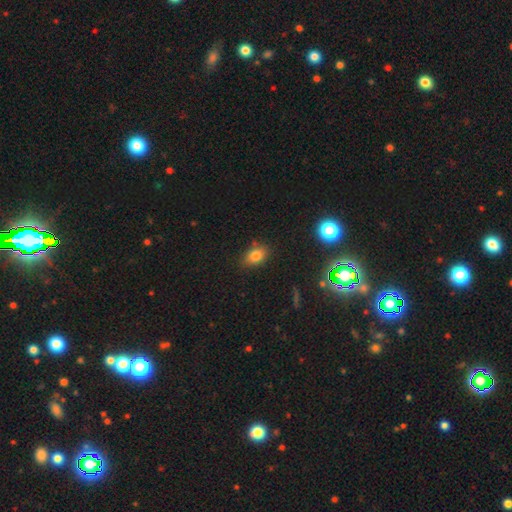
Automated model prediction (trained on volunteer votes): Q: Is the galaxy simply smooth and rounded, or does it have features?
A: smooth — 79%.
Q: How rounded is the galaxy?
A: in between — 77%.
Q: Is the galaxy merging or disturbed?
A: none — 79%.